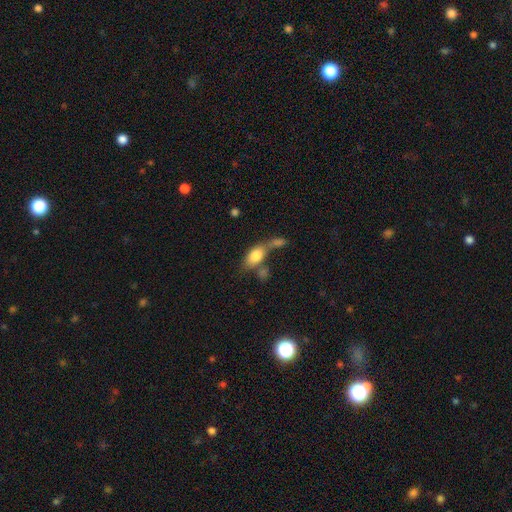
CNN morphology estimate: type=smooth (78%); roundness=in between (86%); merging=merger (45%).